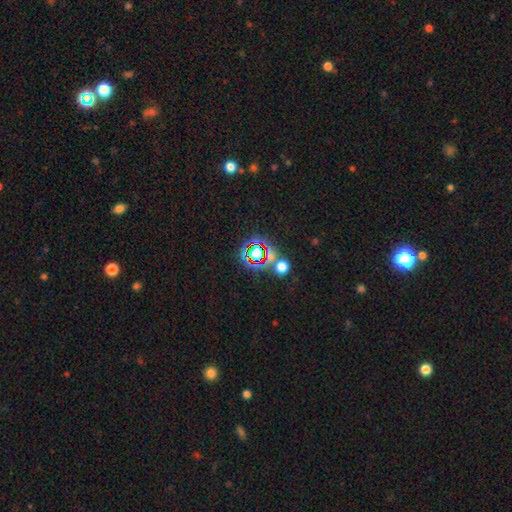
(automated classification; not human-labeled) Overall: star or artifact (64%; smooth 25%).